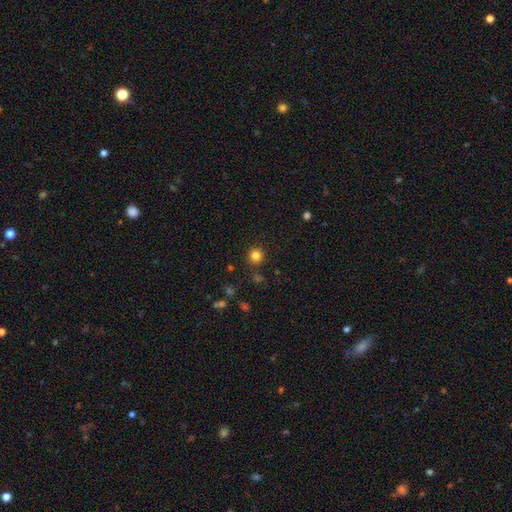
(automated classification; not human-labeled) Smooth or featured?
  - smooth: 81% *
  - star or artifact: 14%
  - featured or disk: 5%
How rounded?
  - round: 93% *
  - in between: 6%
  - cigar-shaped: 1%
Merging?
  - none: 88% *
  - minor disturbance: 7%
  - merger: 2%
  - major disturbance: 2%